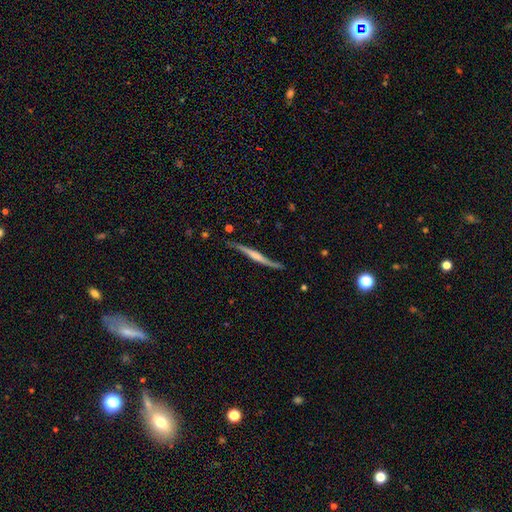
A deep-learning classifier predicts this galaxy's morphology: This appears to be a featured or disk galaxy (70%) viewed edge-on (87%) with no central bulge (39%). Merging: none (67%).